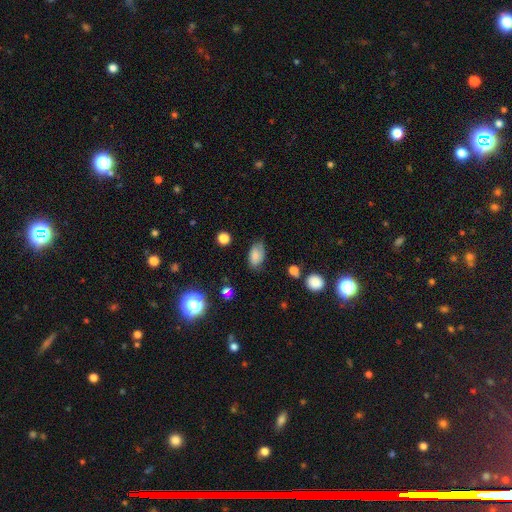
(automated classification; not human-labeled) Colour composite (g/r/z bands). It shows a smooth galaxy with no disk features (76%) that is in between round and cigar-shaped (91%). Merging: none (66%).